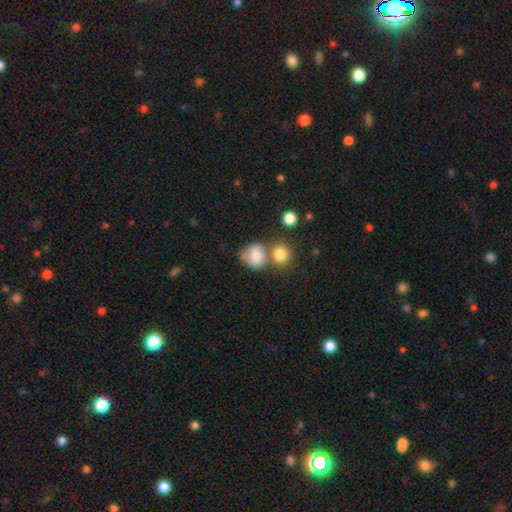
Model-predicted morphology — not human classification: smooth-or-featured: smooth: 82% | featured or disk: 9% | star or artifact: 9%
  how-rounded: round: 70% | in between: 29% | cigar-shaped: 1%
  merging: none: 45% | merger: 33% | minor disturbance: 16% | major disturbance: 7%